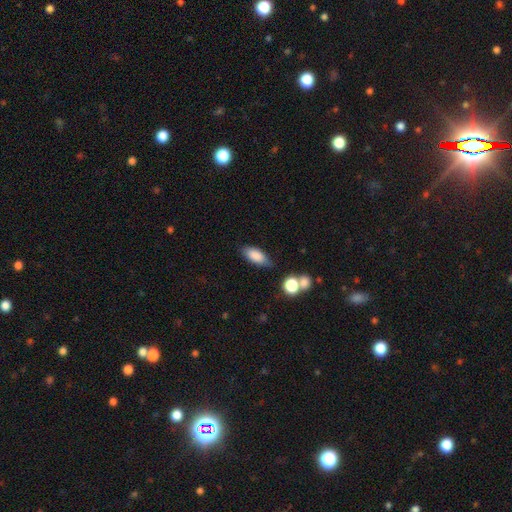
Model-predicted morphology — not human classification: Smooth or featured?
  - smooth: 85% *
  - featured or disk: 8%
  - star or artifact: 8%
How rounded?
  - in between: 84% *
  - cigar-shaped: 13%
  - round: 3%
Merging?
  - none: 75% *
  - minor disturbance: 15%
  - merger: 6%
  - major disturbance: 4%